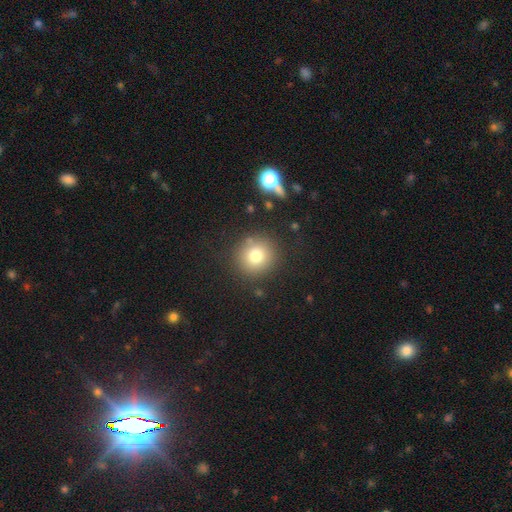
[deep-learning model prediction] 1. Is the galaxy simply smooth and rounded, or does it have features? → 77% smooth, 13% star or artifact, 10% featured or disk.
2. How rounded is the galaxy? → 92% round, 7% in between, 1% cigar-shaped.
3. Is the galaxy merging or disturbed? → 85% none, 8% minor disturbance, 3% major disturbance, 3% merger.